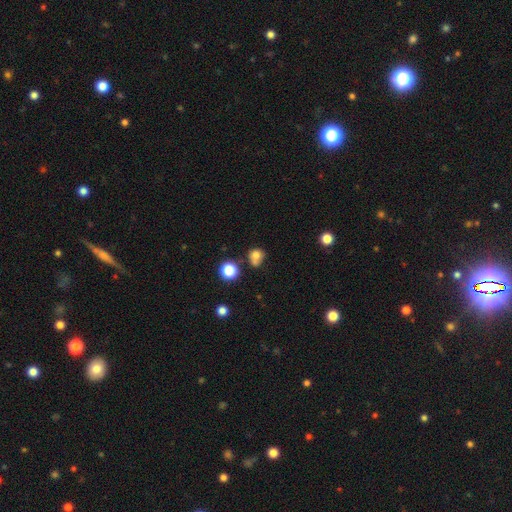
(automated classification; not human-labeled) Morphology: type=smooth (75%); roundness=round (77%); merging=none (48%).